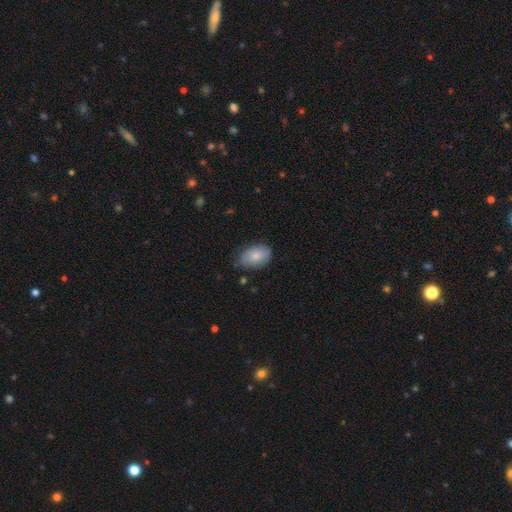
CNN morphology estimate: smooth-or-featured: smooth: 79% | featured or disk: 15% | star or artifact: 6%
  how-rounded: in between: 89% | round: 10% | cigar-shaped: 1%
  merging: none: 71% | minor disturbance: 24% | major disturbance: 4% | merger: 1%